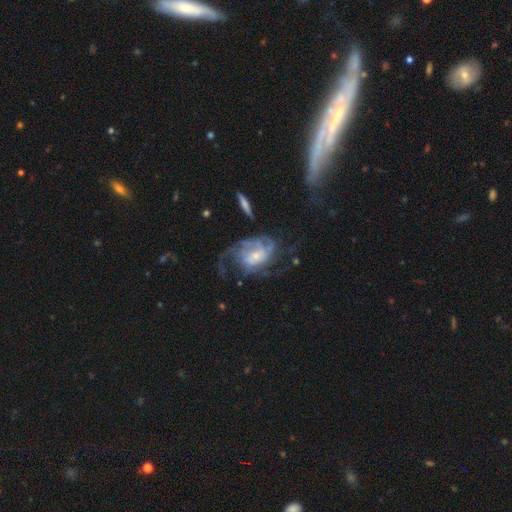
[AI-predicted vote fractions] Overall: featured or disk (83%). Edge-on disk: no (97%). Bar: no (61%; weak 32%). Spiral arms: yes (91%). Spiral arm count: can't tell (32%; 2 24%). Spiral winding: medium (41%; tight 34%). Bulge size: small (61%; moderate 29%). Merging: none (44%; major disturbance 34%).